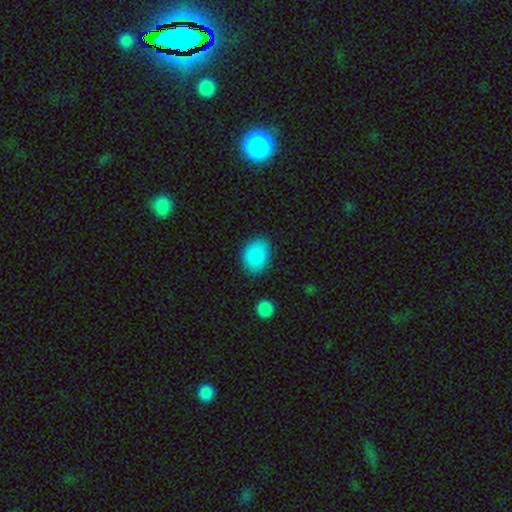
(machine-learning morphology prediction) A smooth galaxy with no disk features (88%) that is in between round and cigar-shaped (71%).

Vote fractions:
- Smooth or featured? smooth: 88% / star or artifact: 8% / featured or disk: 4%
- How rounded? in between: 71% / round: 27% / cigar-shaped: 1%
- Merging? none: 83% / minor disturbance: 12% / major disturbance: 3% / merger: 2%